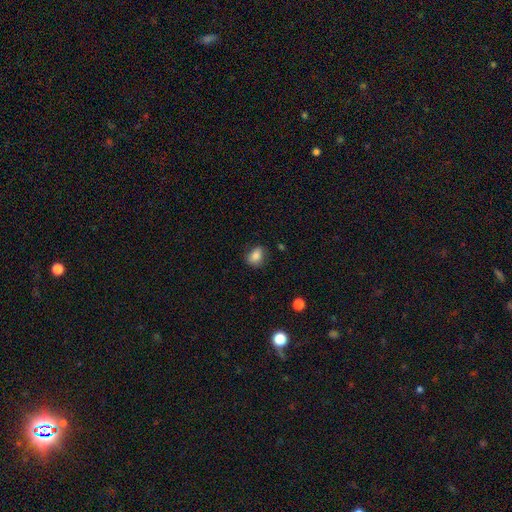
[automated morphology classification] smooth 82%, star or artifact 10%, featured or disk 8%. Down the decision tree: how rounded — in between (61%); merging — none (70%).